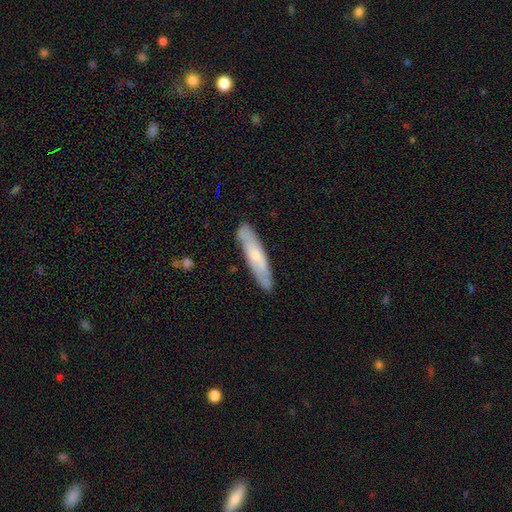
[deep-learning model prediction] Smooth or featured? Predicted: smooth (p=0.56). How rounded? Predicted: cigar-shaped (p=0.84). Merging? Predicted: none (p=0.85).